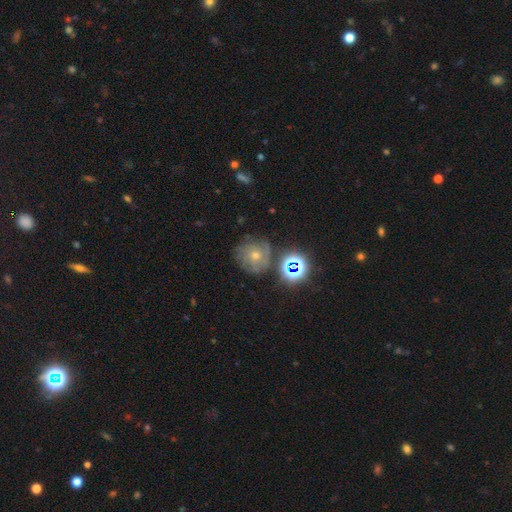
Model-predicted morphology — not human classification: A featured or disk galaxy (48%).

Vote fractions:
- Smooth or featured? featured or disk: 48% / smooth: 30% / star or artifact: 22%
- Merging? none: 65% / minor disturbance: 18% / major disturbance: 10% / merger: 7%